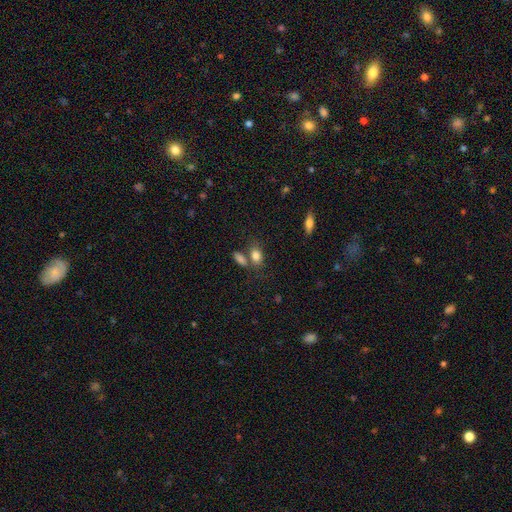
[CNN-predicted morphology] Smooth or featured: smooth — 83% (star or artifact — 9%)
How rounded: in between — 79% (round — 17%)
Merging: none — 54% (merger — 26%)